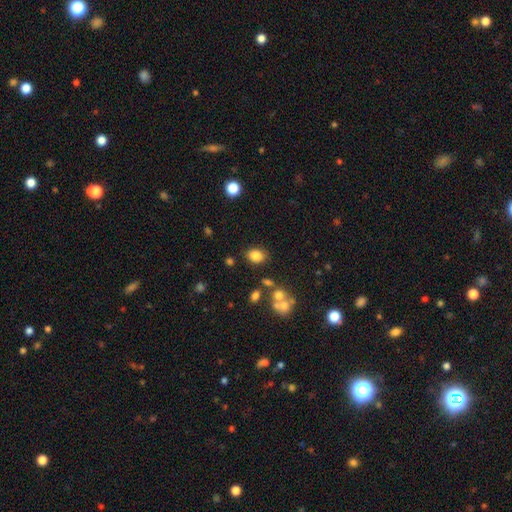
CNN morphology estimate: smooth_or_featured: smooth (p=0.82) [alt: star or artifact p=0.11]
how_rounded: in between (p=0.61) [alt: round p=0.38]
merging: none (p=0.79) [alt: minor disturbance p=0.12]